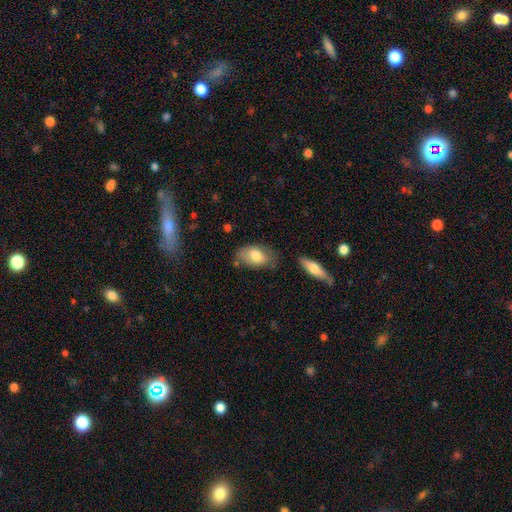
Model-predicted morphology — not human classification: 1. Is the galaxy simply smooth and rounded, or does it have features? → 76% smooth, 18% featured or disk, 6% star or artifact.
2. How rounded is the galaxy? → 92% in between, 6% round, 2% cigar-shaped.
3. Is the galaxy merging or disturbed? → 63% none, 25% minor disturbance, 6% merger, 6% major disturbance.